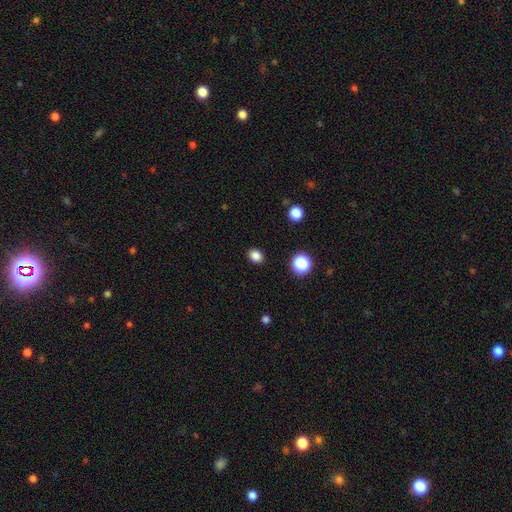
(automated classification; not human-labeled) Q: Smooth or featured?
A: smooth (84%); runner-up: star or artifact (12%)
Q: How rounded?
A: round (55%); runner-up: in between (44%)
Q: Merging?
A: none (90%); runner-up: minor disturbance (7%)